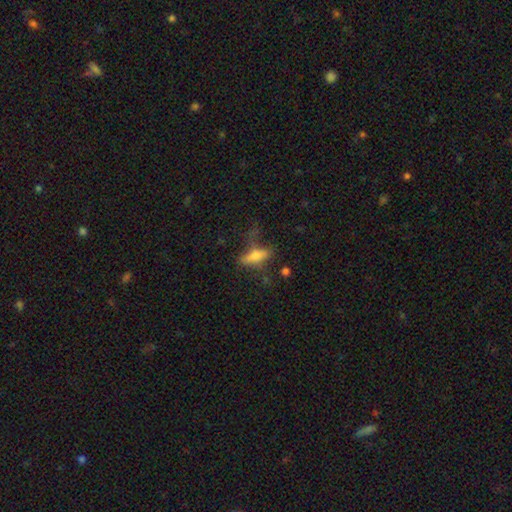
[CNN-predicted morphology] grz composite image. It shows a smooth galaxy with no disk features (58%) that is cigar-shaped (52%). Merging: none (53%).